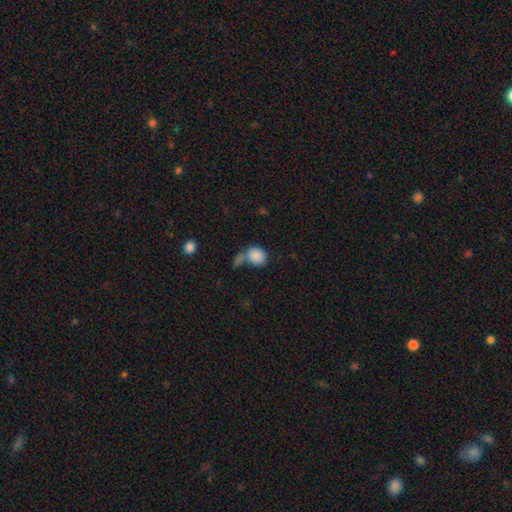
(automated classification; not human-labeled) The model was most divided on "merging": none: 37%, merger: 35%, minor disturbance: 15%, major disturbance: 13%. More confident: smooth or featured — smooth (86%); how rounded — round (61%).